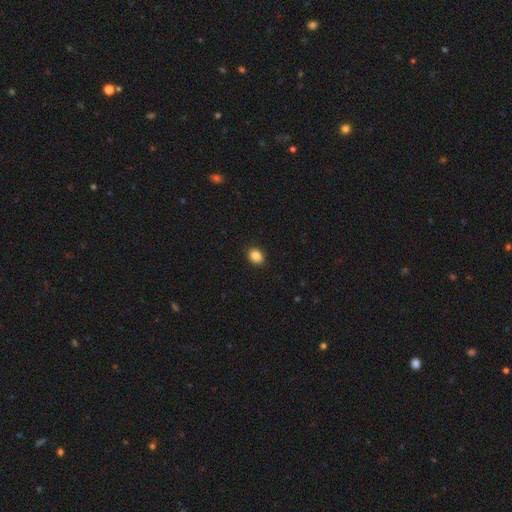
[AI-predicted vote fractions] Overall: smooth (87%). How rounded: in between (53%; round 46%). Merging: none (91%).